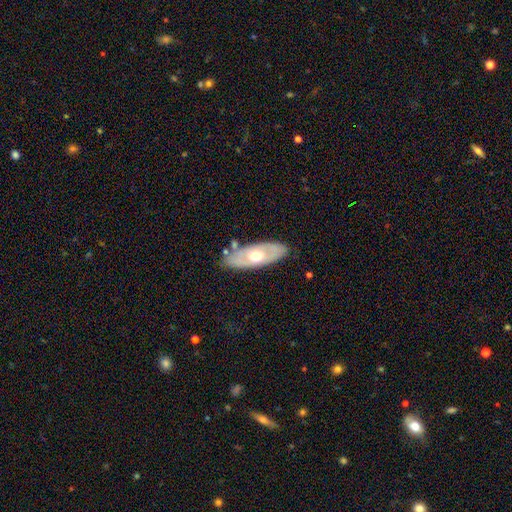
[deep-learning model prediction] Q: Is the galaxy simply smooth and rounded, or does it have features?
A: featured or disk — 51%.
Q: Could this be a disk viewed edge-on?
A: no — 71%.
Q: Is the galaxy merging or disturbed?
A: none — 80%.